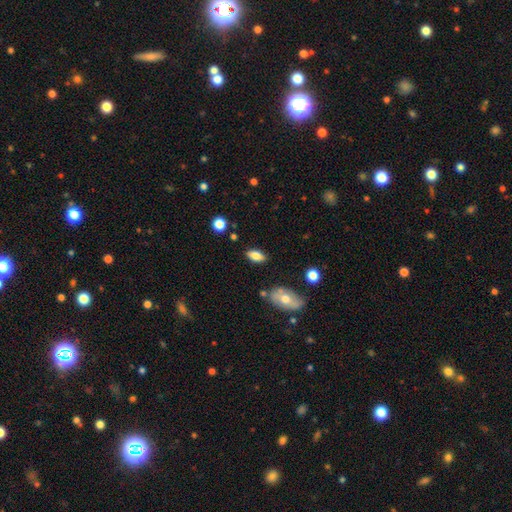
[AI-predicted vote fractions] smooth-or-featured: smooth: 78% | featured or disk: 14% | star or artifact: 8%
  how-rounded: in between: 87% | cigar-shaped: 9% | round: 4%
  merging: none: 82% | minor disturbance: 12% | merger: 3% | major disturbance: 3%